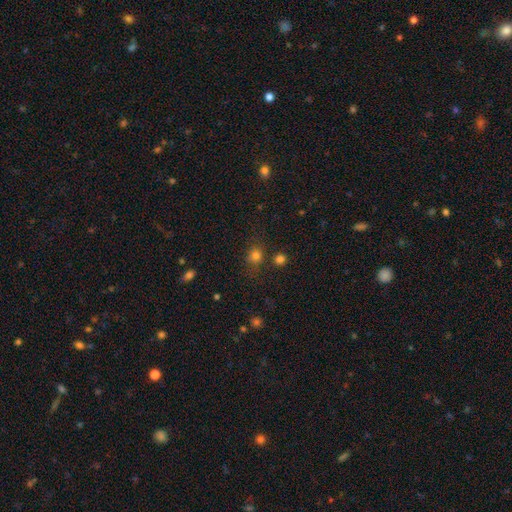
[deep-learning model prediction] Smooth or featured? Predicted: smooth (p=0.76). How rounded? Predicted: round (p=0.81). Merging? Predicted: none (p=0.75).